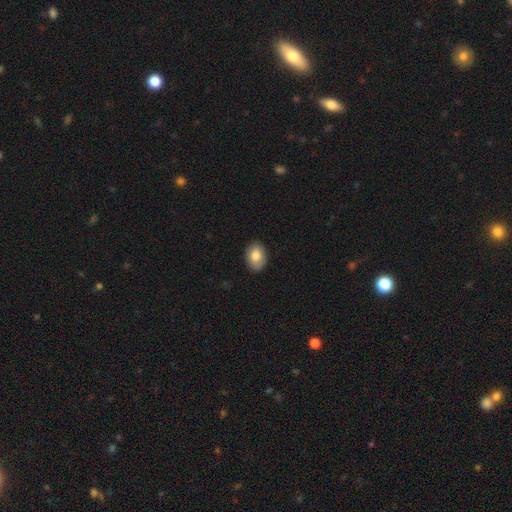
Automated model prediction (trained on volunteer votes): smooth 82%, featured or disk 11%, star or artifact 7%. Down the decision tree: how rounded — in between (75%); merging — none (87%).